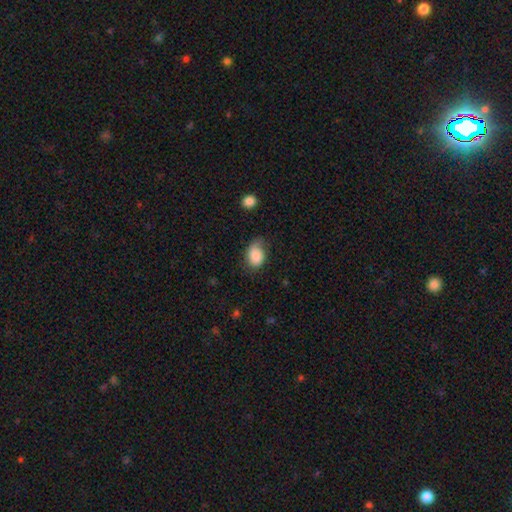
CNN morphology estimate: Smooth or featured: smooth — 83% (featured or disk — 10%)
How rounded: in between — 76% (round — 23%)
Merging: none — 49% (minor disturbance — 35%)